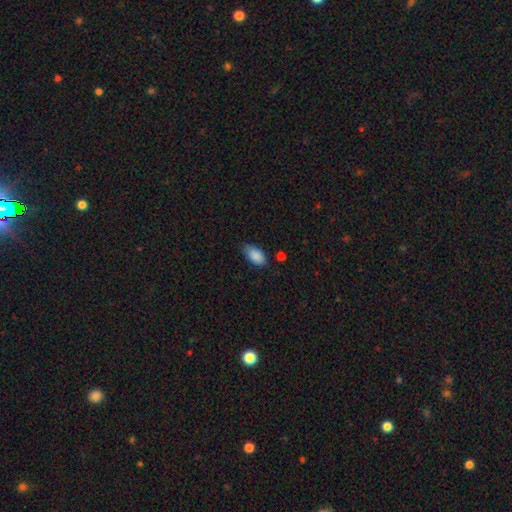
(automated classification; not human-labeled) Smooth or featured? smooth (88%)
How rounded? in between (93%)
Merging? none (67%)